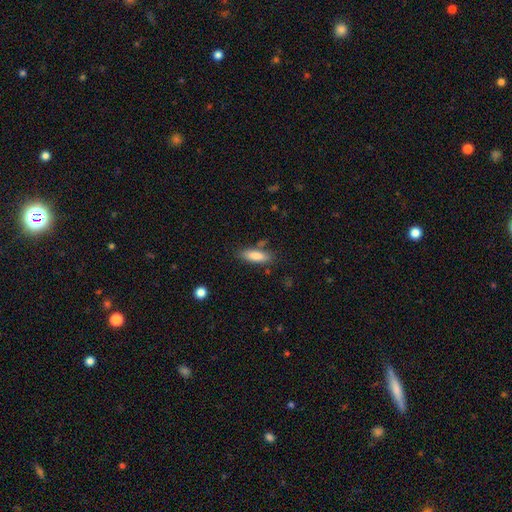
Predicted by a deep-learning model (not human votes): Smooth or featured? Predicted: smooth (p=0.84). How rounded? Predicted: in between (p=0.57). Merging? Predicted: none (p=0.79).